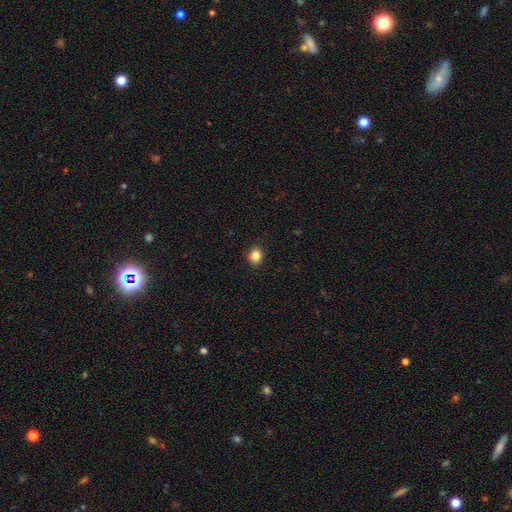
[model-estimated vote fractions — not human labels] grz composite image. It shows a smooth galaxy with no disk features (85%) that is round (65%). Merging: none (91%).